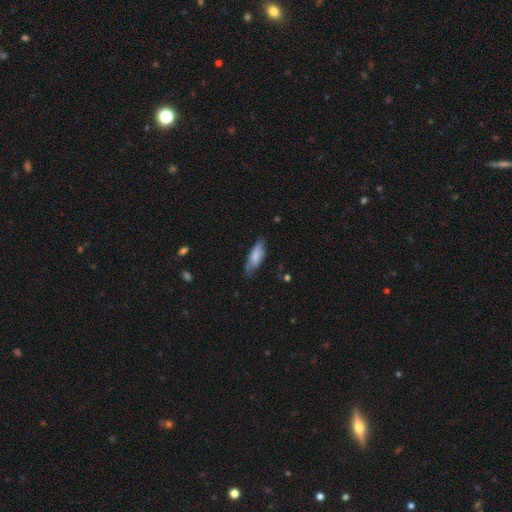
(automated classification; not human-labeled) A smooth galaxy with no disk features (68%) that is in between round and cigar-shaped (72%).

Vote fractions:
- Smooth or featured? smooth: 68% / featured or disk: 26% / star or artifact: 6%
- How rounded? in between: 72% / cigar-shaped: 26% / round: 2%
- Merging? none: 62% / minor disturbance: 29% / major disturbance: 7% / merger: 2%